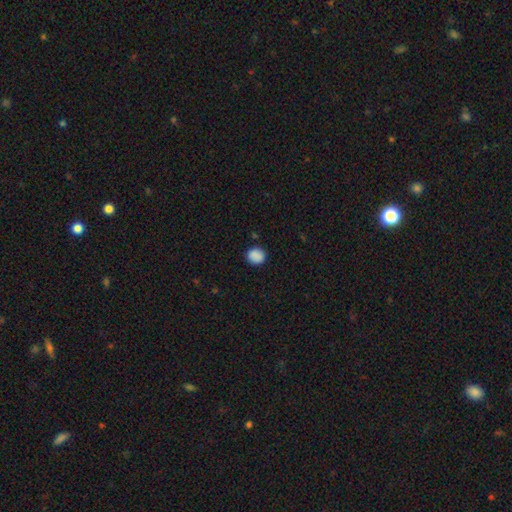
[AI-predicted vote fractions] Smooth or featured: smooth — 88% (star or artifact — 9%)
How rounded: round — 80% (in between — 19%)
Merging: none — 88% (minor disturbance — 9%)